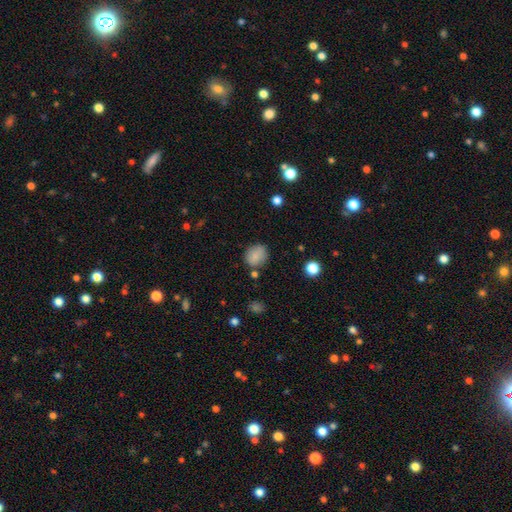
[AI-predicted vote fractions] smooth 81%, star or artifact 10%, featured or disk 9%. Down the decision tree: how rounded — round (68%); merging — none (75%).